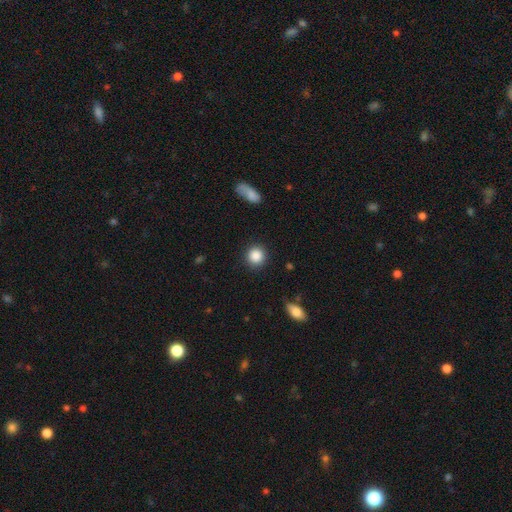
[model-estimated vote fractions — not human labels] A smooth galaxy with no disk features (88%) that is round (91%). Merging: none (89%).